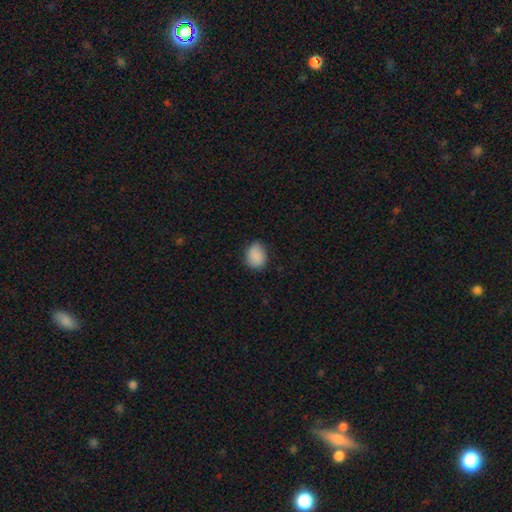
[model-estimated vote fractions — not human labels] Smooth or featured? smooth (88%)
How rounded? round (50%)
Merging? none (76%)